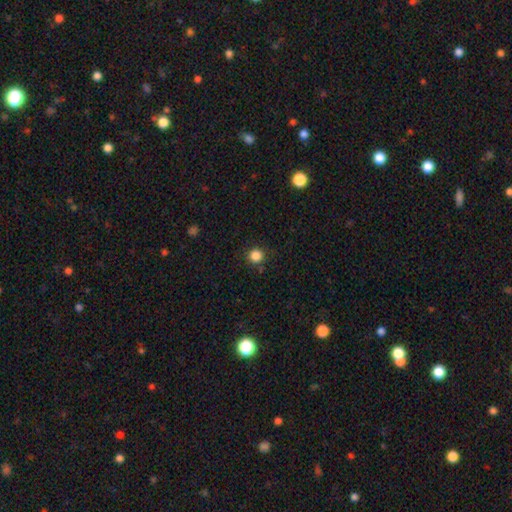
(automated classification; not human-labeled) A smooth galaxy with no disk features (85%) that is round (94%). Merging: none (89%).